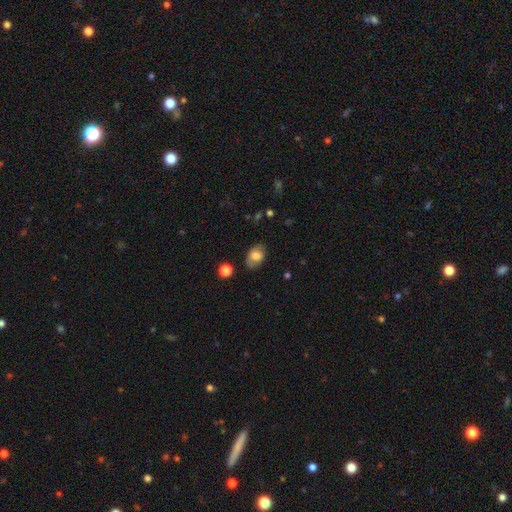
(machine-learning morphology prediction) Smooth or featured? Predicted: smooth (p=0.72). How rounded? Predicted: in between (p=0.85). Merging? Predicted: none (p=0.77).